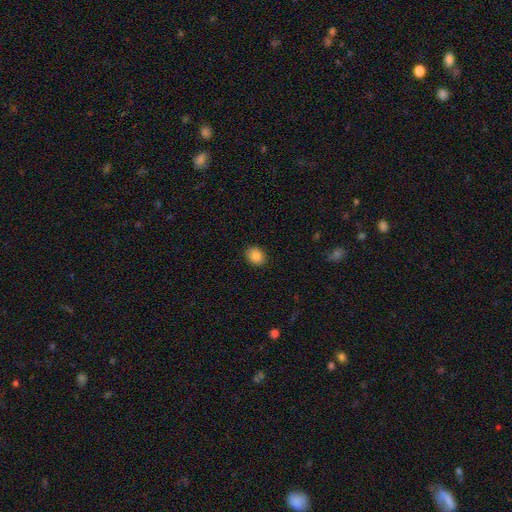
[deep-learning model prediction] Smooth or featured?
  - smooth: 86% *
  - star or artifact: 9%
  - featured or disk: 5%
How rounded?
  - round: 57% *
  - in between: 42%
  - cigar-shaped: 1%
Merging?
  - none: 90% *
  - minor disturbance: 8%
  - major disturbance: 2%
  - merger: 1%